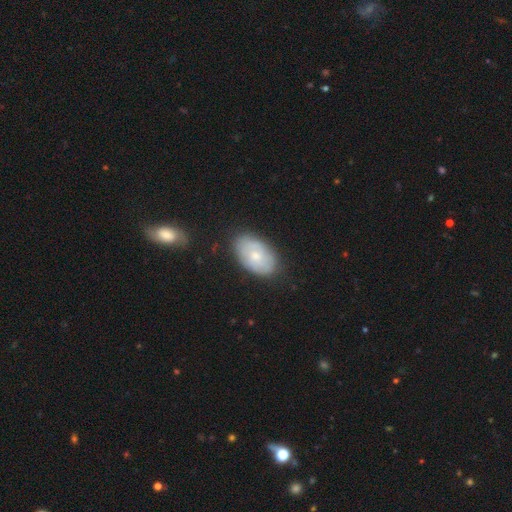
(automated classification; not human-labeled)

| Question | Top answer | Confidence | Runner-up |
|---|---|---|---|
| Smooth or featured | smooth | 54% | featured or disk (40%) |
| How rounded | in between | 91% | round (8%) |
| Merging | none | 76% | minor disturbance (18%) |